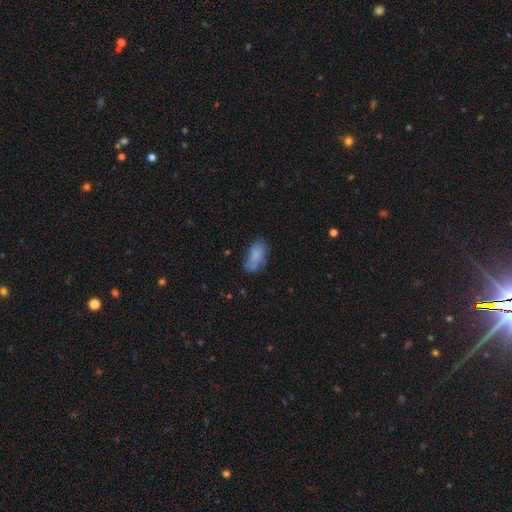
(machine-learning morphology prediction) A smooth galaxy with no disk features (70%) that is in between round and cigar-shaped (91%). Merging: none (50%).